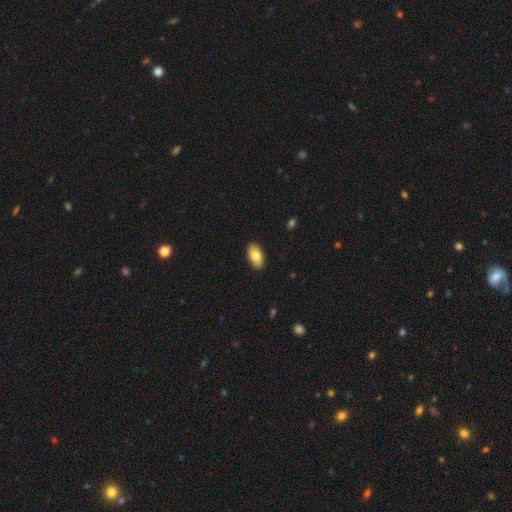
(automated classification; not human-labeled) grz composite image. It shows a smooth galaxy with no disk features (79%) that is in between round and cigar-shaped (94%). Merging: none (90%).